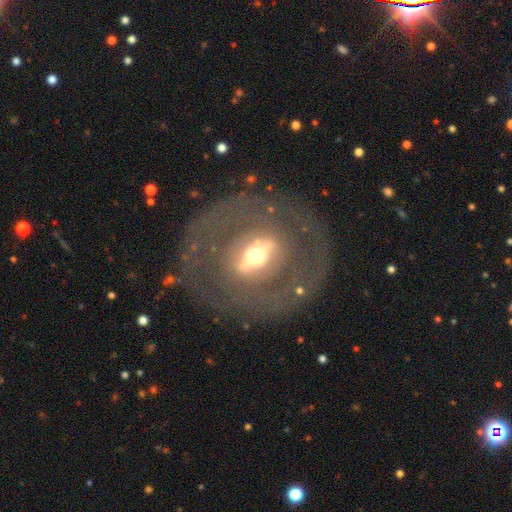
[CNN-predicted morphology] smooth_or_featured: featured or disk (p=0.78) [alt: smooth p=0.14]
disk_edge_on: no (p=0.70) [alt: yes p=0.30]
bar: strong (p=0.71) [alt: weak p=0.17]
has_spiral_arms: no (p=0.58) [alt: yes p=0.42]
bulge_size: moderate (p=0.61) [alt: large p=0.23]
merging: none (p=0.74) [alt: major disturbance p=0.12]